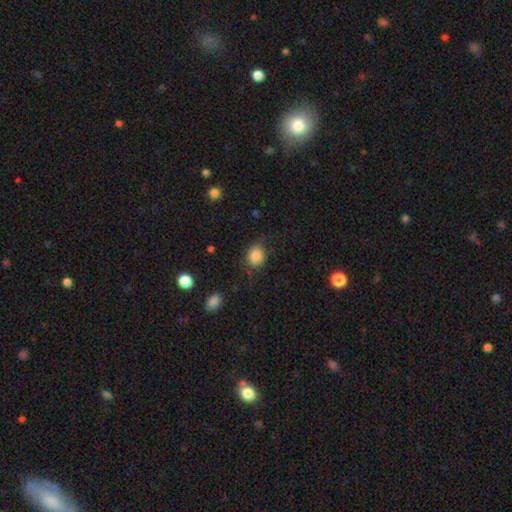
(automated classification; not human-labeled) smooth_or_featured: smooth (p=0.85) [alt: star or artifact p=0.10]
how_rounded: round (p=0.64) [alt: in between p=0.35]
merging: none (p=0.71) [alt: minor disturbance p=0.20]